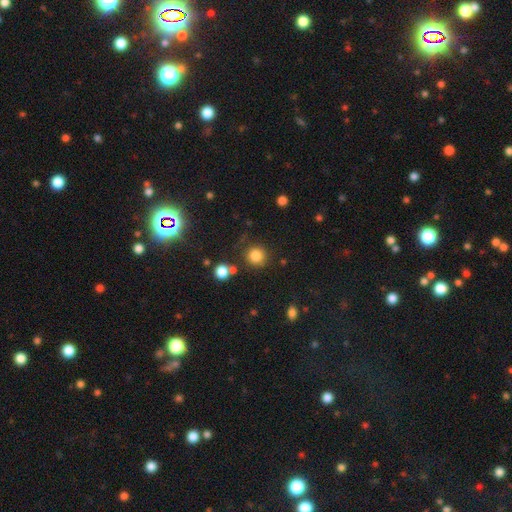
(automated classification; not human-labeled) The model was most divided on "smooth or featured": smooth: 83%, star or artifact: 12%, featured or disk: 5%. More confident: how rounded — round (93%); merging — none (81%).